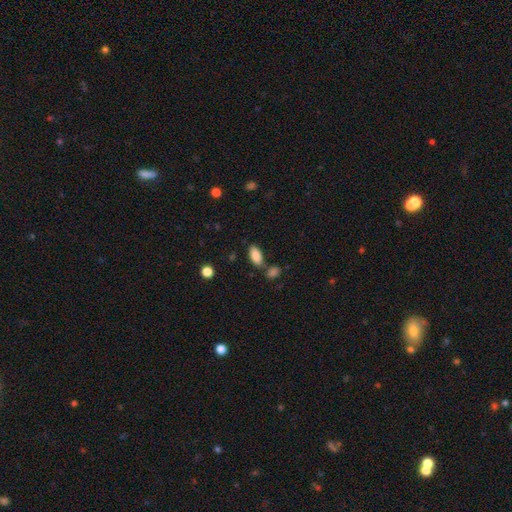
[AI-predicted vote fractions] This is clearly a smooth galaxy (85%). How rounded: clearly in between (89%). Merging: likely none (72%).